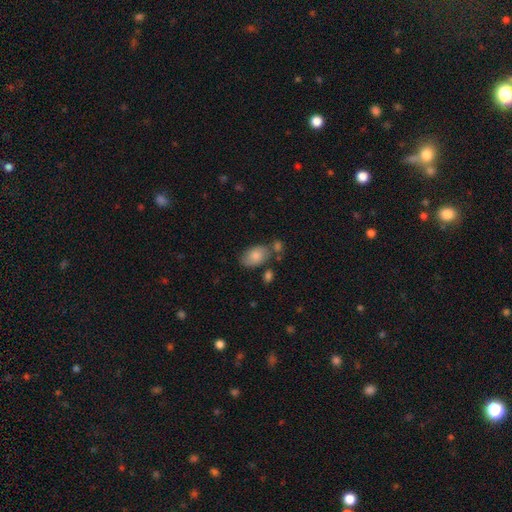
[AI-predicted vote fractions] A smooth galaxy with no disk features (83%) that is in between round and cigar-shaped (91%). Merging: none (61%).